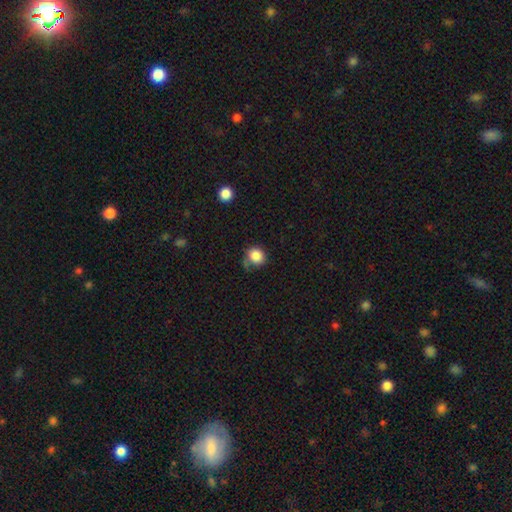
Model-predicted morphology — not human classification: Smooth or featured: smooth — 86% (star or artifact — 10%)
How rounded: round — 82% (in between — 17%)
Merging: none — 63% (minor disturbance — 22%)